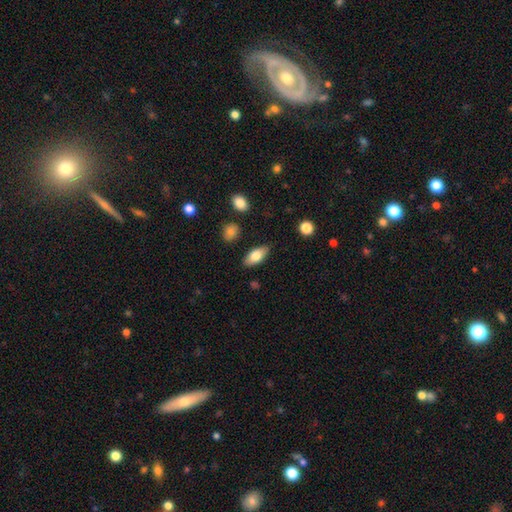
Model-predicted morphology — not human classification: smooth-or-featured: smooth: 77% | featured or disk: 16% | star or artifact: 6%
  how-rounded: in between: 87% | cigar-shaped: 10% | round: 3%
  merging: none: 85% | minor disturbance: 11% | major disturbance: 2% | merger: 2%